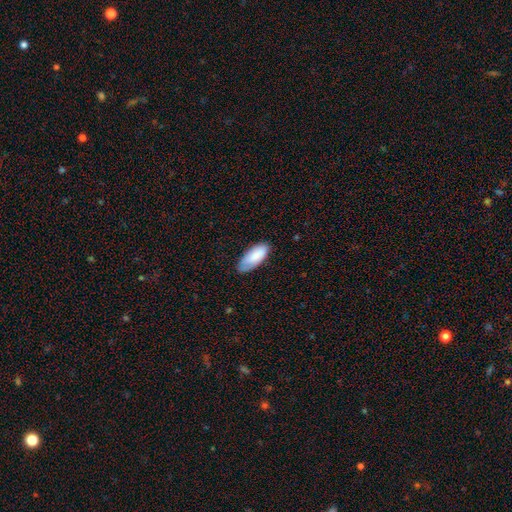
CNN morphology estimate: This appears to be a smooth galaxy with no disk features (84%) that is in between round and cigar-shaped (87%). Merging: none (68%).